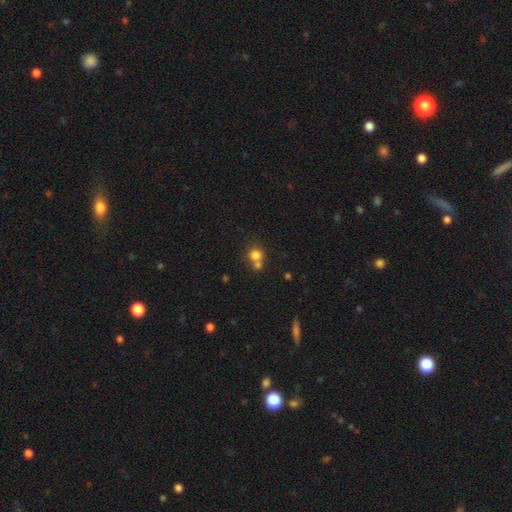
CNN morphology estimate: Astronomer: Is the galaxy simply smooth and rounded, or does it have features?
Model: smooth — 78%.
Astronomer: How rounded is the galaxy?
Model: round — 85%.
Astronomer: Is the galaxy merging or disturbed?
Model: none — 46% (runner-up: merger, 44%).